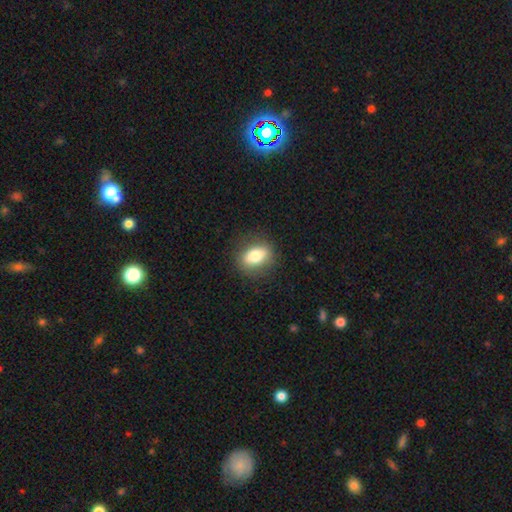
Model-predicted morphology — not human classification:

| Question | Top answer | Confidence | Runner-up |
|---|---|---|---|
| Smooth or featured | smooth | 76% | featured or disk (16%) |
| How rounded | in between | 73% | round (25%) |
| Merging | none | 84% | minor disturbance (11%) |